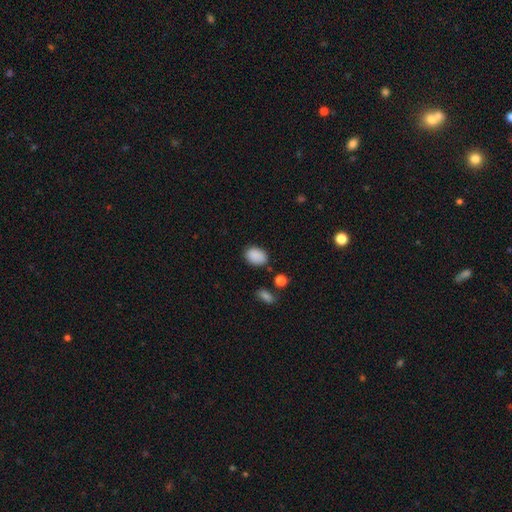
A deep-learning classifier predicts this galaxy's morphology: smooth_or_featured: smooth (p=0.88) [alt: star or artifact p=0.08]
how_rounded: in between (p=0.77) [alt: round p=0.22]
merging: none (p=0.81) [alt: minor disturbance p=0.14]